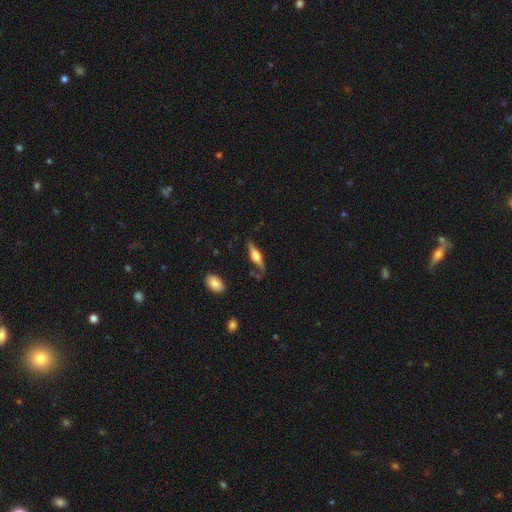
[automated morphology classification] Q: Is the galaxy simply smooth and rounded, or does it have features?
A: featured or disk — 58%.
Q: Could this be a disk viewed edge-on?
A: yes — 94%.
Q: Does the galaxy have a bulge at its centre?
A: rounded — 87%.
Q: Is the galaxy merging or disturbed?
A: none — 76%.